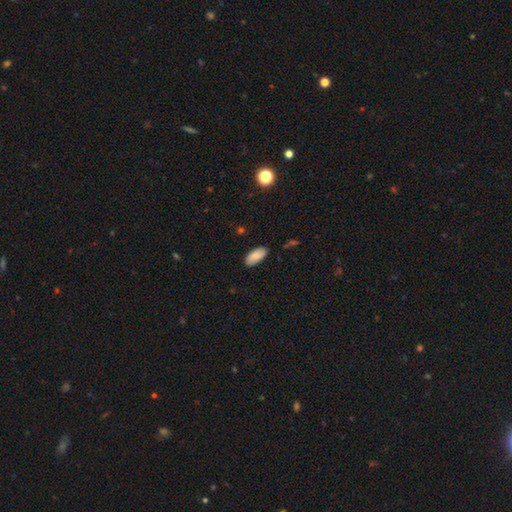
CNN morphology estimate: Q: Smooth or featured?
A: smooth (84%); runner-up: featured or disk (9%)
Q: How rounded?
A: in between (92%); runner-up: cigar-shaped (6%)
Q: Merging?
A: none (85%); runner-up: minor disturbance (11%)